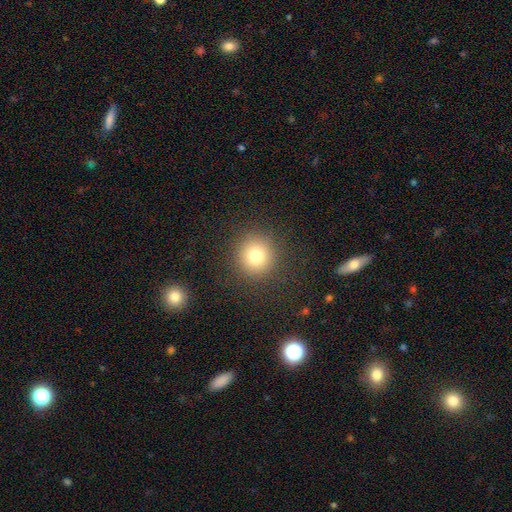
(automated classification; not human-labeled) Morphology: type=smooth (78%); roundness=round (91%); merging=none (90%).